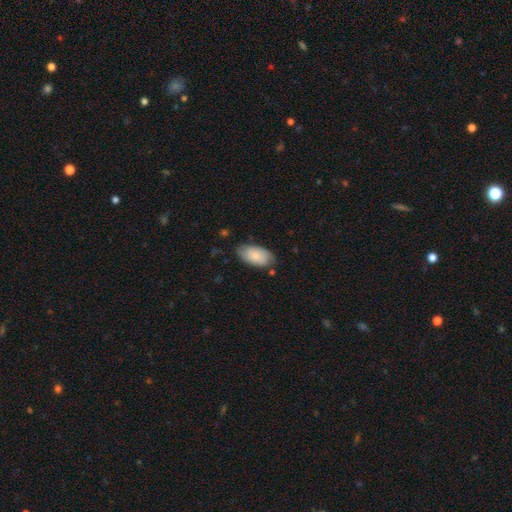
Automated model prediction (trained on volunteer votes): The model was most divided on "merging": none: 73%, minor disturbance: 21%, major disturbance: 4%, merger: 2%. More confident: how rounded — in between (95%); smooth or featured — smooth (80%).